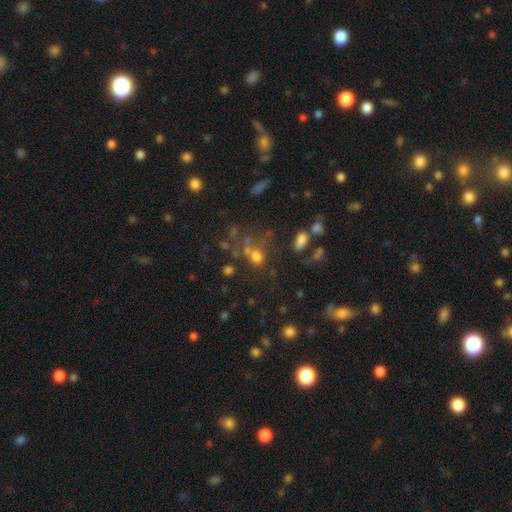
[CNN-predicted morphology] Smooth or featured? Predicted: smooth (p=0.56). How rounded? Predicted: round (p=0.65). Merging? Predicted: none (p=0.48).